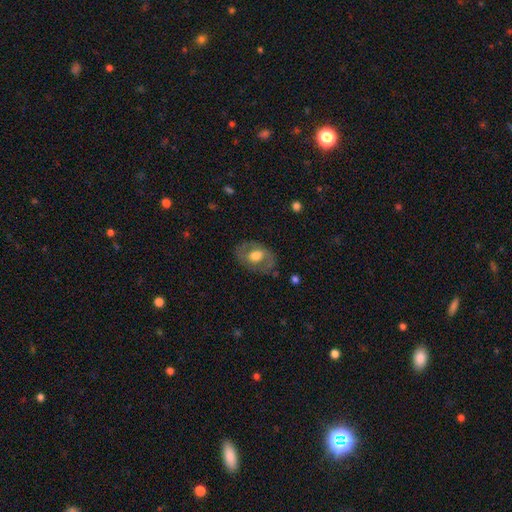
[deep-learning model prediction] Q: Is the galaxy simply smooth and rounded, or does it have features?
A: featured or disk — 48%.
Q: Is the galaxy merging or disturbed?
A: none — 72%.